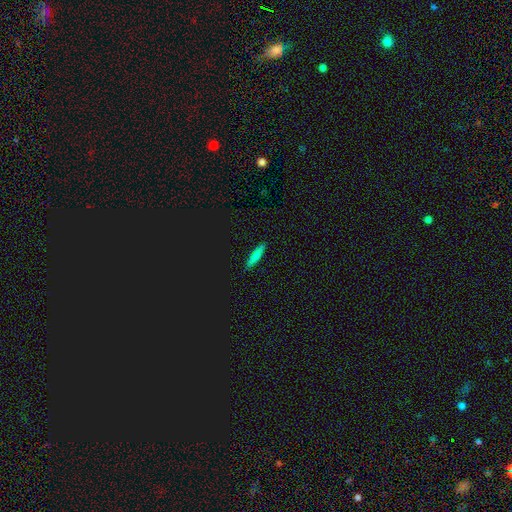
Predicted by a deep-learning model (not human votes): A smooth galaxy with no disk features (73%) that is cigar-shaped (84%). Merging: none (90%).